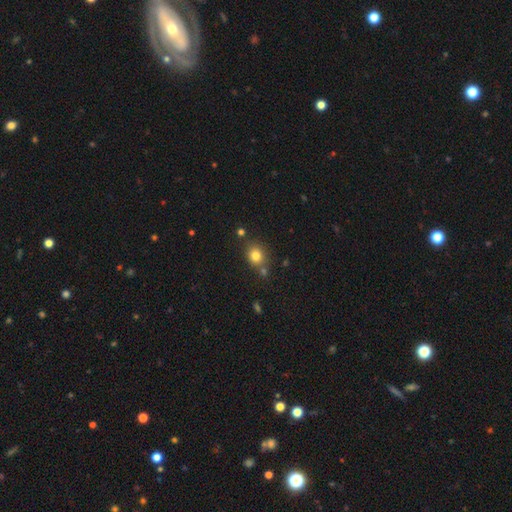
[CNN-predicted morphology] smooth 80%, star or artifact 12%, featured or disk 8%. Down the decision tree: how rounded — round (68%); merging — none (72%).